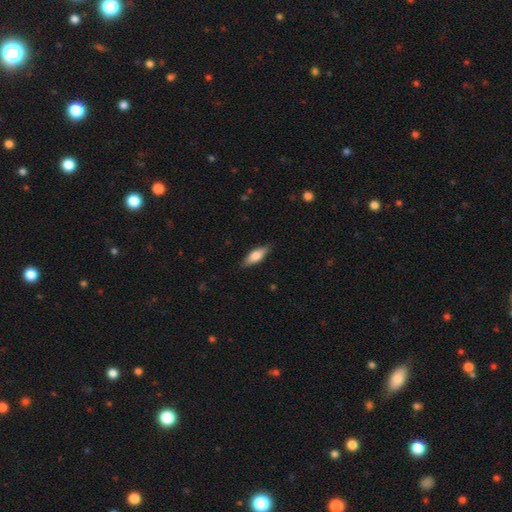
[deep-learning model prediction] The model was most divided on "how rounded": in between: 62%, cigar-shaped: 36%, round: 2%. More confident: merging — none (86%); smooth or featured — smooth (68%).